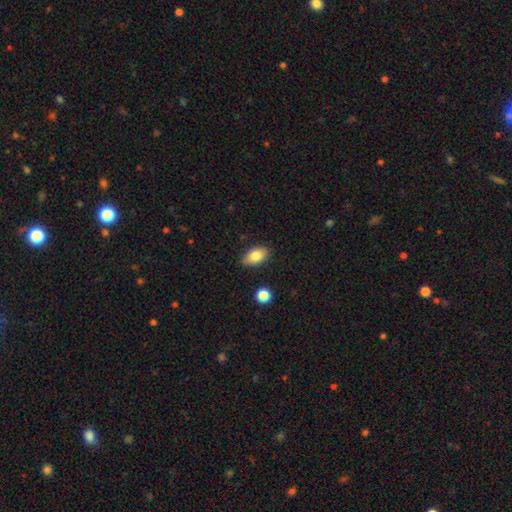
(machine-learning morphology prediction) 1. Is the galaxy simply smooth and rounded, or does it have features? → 83% smooth, 9% featured or disk, 8% star or artifact.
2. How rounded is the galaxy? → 90% in between, 8% round, 2% cigar-shaped.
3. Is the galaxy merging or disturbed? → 81% none, 15% minor disturbance, 3% major disturbance, 2% merger.